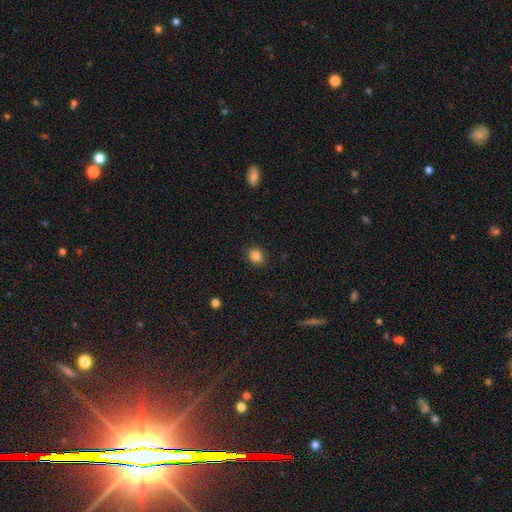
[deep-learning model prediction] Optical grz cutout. It shows a smooth galaxy with no disk features (85%) that is round (76%). Merging: none (90%).